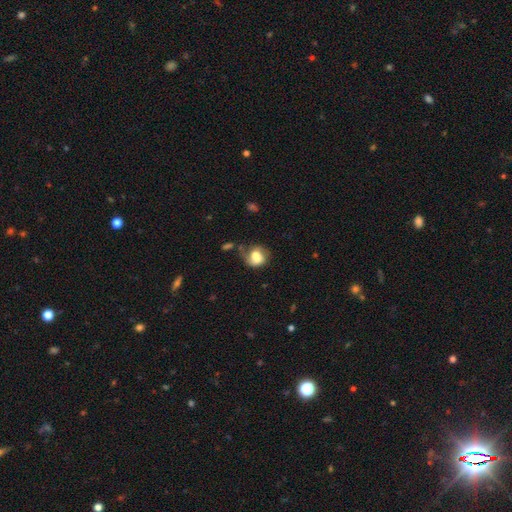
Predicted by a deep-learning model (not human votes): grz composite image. It shows a smooth galaxy with no disk features (57%) that is round (60%). Merging: none (43%).